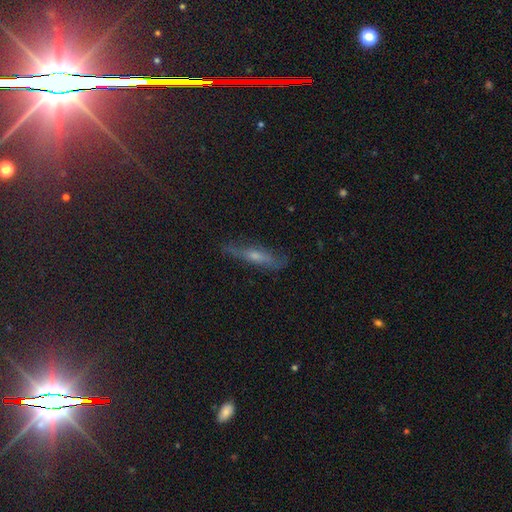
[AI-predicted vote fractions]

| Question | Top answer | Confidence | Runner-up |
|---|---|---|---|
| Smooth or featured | featured or disk | 52% | smooth (31%) |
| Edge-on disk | yes | 80% | no (20%) |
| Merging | none | 79% | minor disturbance (15%) |